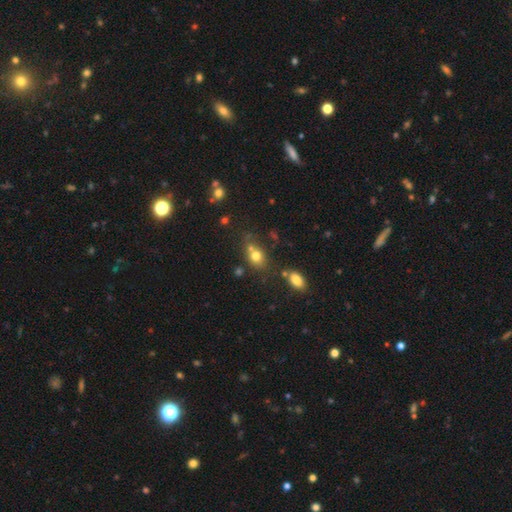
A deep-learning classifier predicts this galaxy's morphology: Smooth or featured? Predicted: smooth (p=0.74). How rounded? Predicted: in between (p=0.52). Merging? Predicted: none (p=0.50).